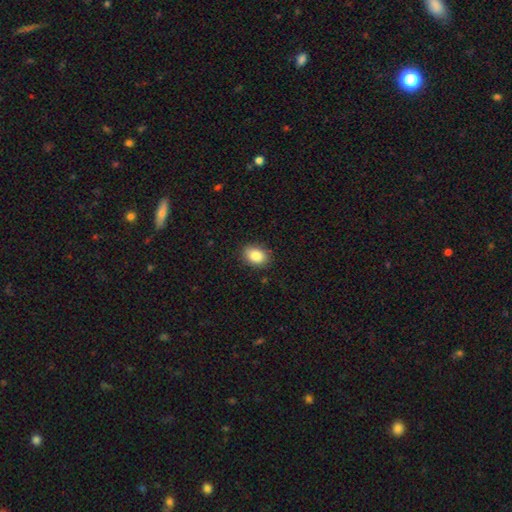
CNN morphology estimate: A smooth galaxy with no disk features (86%) that is in between round and cigar-shaped (73%). Merging: none (86%).